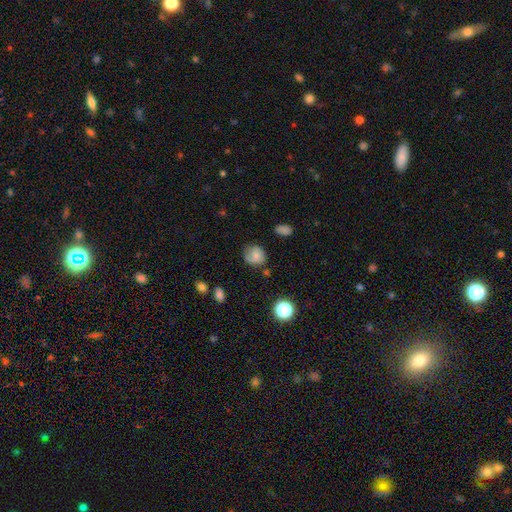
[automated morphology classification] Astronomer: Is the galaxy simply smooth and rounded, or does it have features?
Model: smooth — 63%.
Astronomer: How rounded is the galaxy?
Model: round — 71%.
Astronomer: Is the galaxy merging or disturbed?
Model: none — 63%.